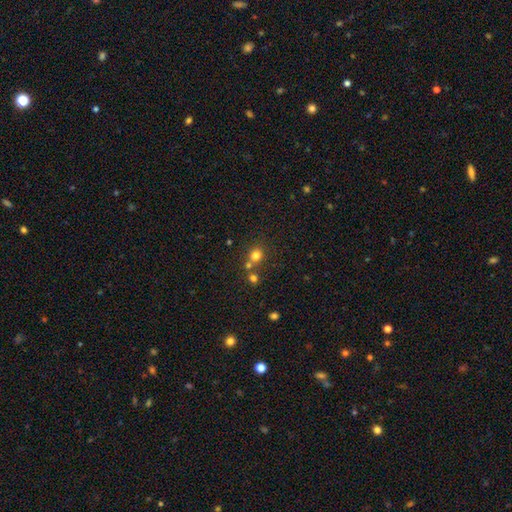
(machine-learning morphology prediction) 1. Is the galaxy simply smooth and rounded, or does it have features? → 76% smooth, 17% star or artifact, 7% featured or disk.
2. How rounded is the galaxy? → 85% round, 14% in between, 1% cigar-shaped.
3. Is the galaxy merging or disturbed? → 60% none, 29% merger, 8% minor disturbance, 3% major disturbance.